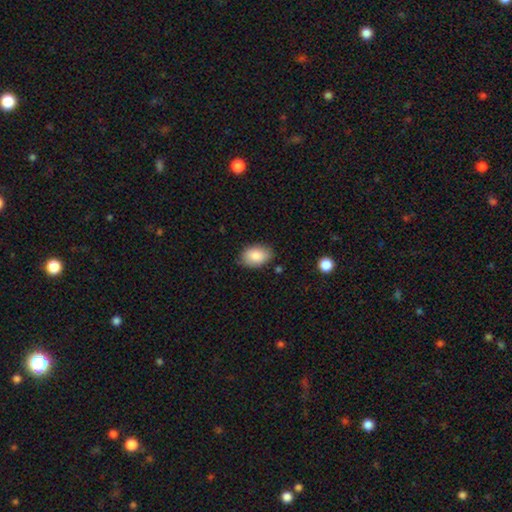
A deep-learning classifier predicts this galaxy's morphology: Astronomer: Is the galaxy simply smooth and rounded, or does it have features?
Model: smooth — 86%.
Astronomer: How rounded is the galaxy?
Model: in between — 85%.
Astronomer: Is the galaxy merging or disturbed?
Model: none — 81%.